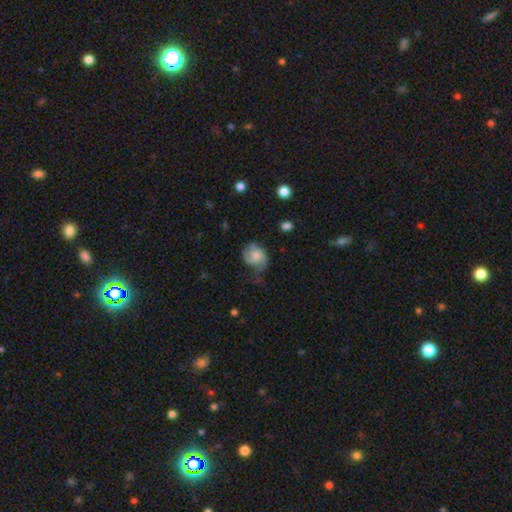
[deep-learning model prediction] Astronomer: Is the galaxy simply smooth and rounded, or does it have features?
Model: featured or disk — 51% (runner-up: smooth, 42%).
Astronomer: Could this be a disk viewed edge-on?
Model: no — 97%.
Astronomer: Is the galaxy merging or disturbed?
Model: none — 41% (runner-up: minor disturbance, 29%).